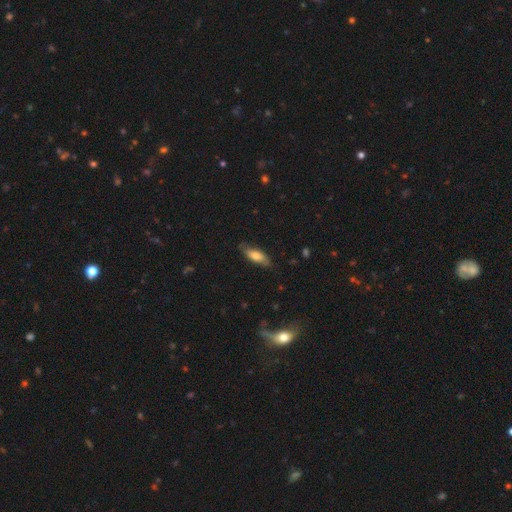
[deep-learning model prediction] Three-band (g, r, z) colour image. It shows a smooth galaxy with no disk features (67%) that is in between round and cigar-shaped (59%). Merging: none (76%).